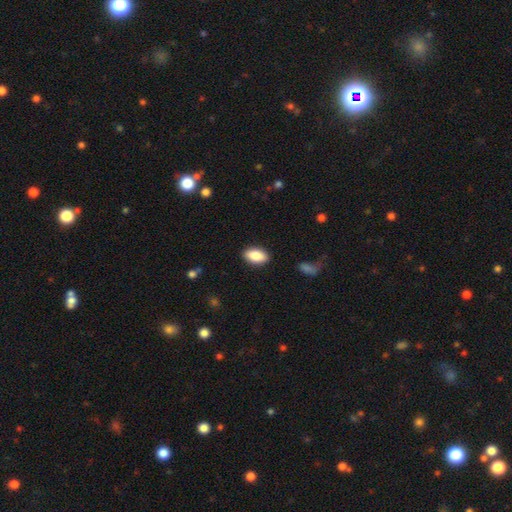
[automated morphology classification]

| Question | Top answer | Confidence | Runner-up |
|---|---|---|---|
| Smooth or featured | smooth | 85% | featured or disk (8%) |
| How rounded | in between | 92% | round (4%) |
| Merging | none | 89% | minor disturbance (8%) |